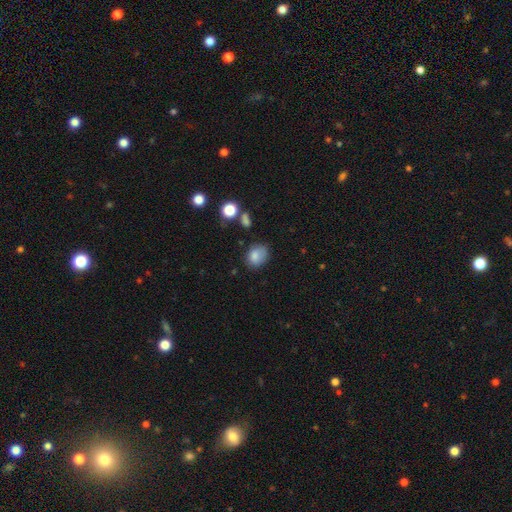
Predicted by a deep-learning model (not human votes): This is clearly a smooth galaxy (81%). How rounded: possibly in between (54%). Merging: likely none (65%).